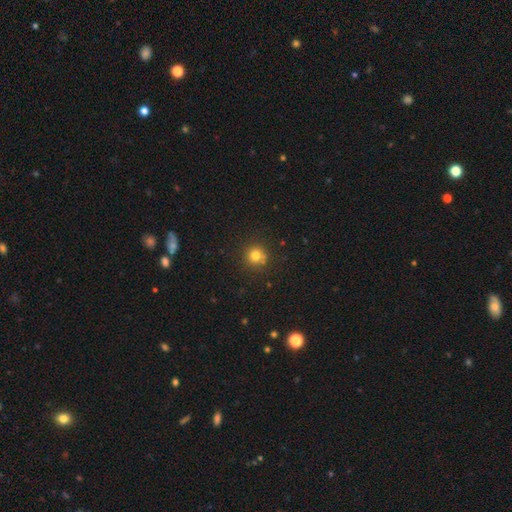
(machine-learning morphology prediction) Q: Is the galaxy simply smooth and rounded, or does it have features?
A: smooth — 78%.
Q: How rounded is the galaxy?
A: round — 93%.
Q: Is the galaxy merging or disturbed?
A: none — 80%.